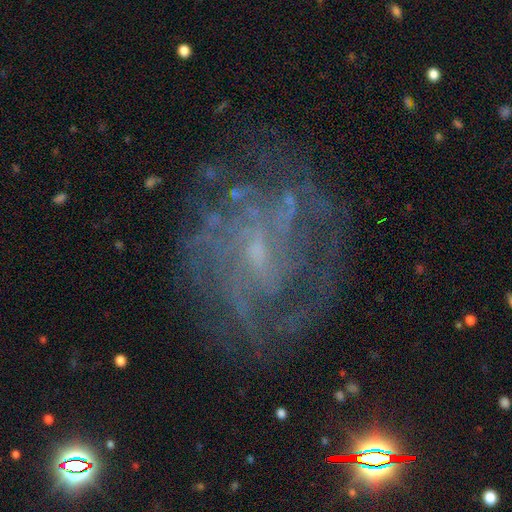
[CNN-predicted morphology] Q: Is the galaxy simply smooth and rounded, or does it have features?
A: featured or disk — 79%.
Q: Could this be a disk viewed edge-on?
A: no — 97%.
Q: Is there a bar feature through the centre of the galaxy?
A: weak — 47%.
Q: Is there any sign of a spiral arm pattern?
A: yes — 82%.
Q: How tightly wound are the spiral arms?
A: tight — 46%.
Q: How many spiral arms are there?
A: can't tell — 48%.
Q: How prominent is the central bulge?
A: small — 63%.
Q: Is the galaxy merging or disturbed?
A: none — 66%.